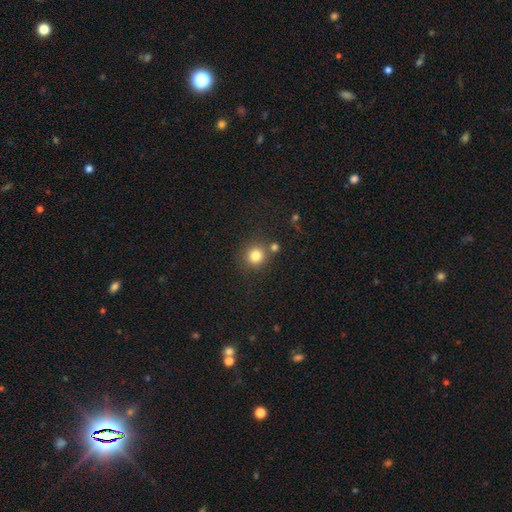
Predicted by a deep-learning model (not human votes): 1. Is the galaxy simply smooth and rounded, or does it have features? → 82% smooth, 12% star or artifact, 6% featured or disk.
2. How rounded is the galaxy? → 91% round, 9% in between, 1% cigar-shaped.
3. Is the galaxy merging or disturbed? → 77% none, 11% merger, 9% minor disturbance, 3% major disturbance.